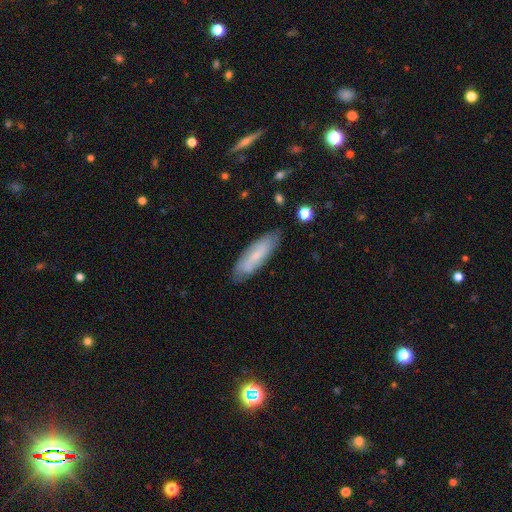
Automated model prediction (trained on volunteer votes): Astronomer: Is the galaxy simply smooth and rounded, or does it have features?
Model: smooth — 54% (runner-up: featured or disk, 39%).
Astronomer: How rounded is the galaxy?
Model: cigar-shaped — 52% (runner-up: in between, 46%).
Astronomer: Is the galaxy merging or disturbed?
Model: none — 81%.